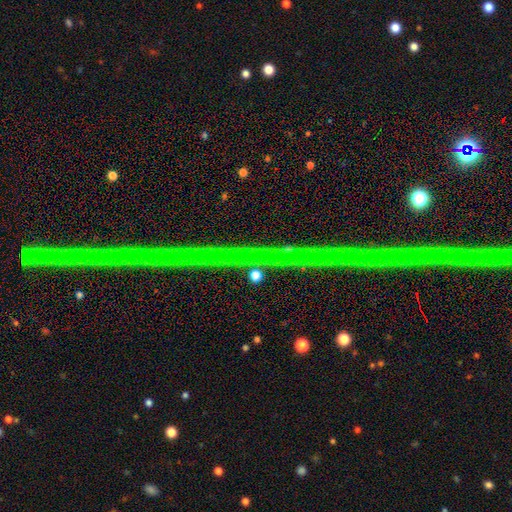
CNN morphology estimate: star or artifact 86%, featured or disk 9%, smooth 4%.